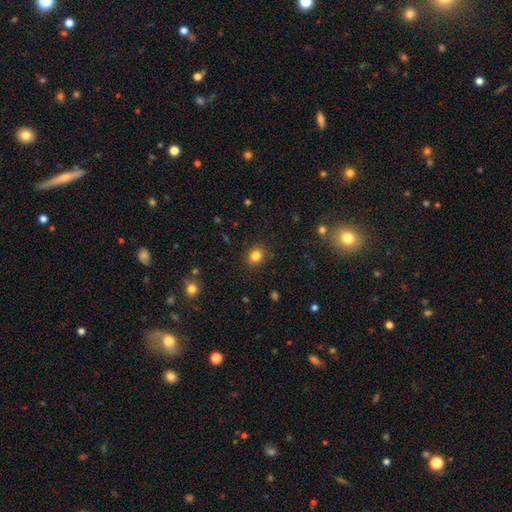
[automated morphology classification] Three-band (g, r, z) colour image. It shows a smooth galaxy with no disk features (83%) that is round (73%). Merging: none (88%).